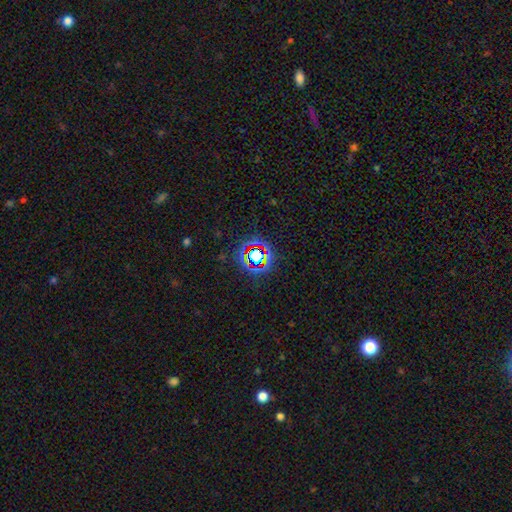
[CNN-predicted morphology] Smooth or featured: star or artifact — 69% (smooth — 20%)